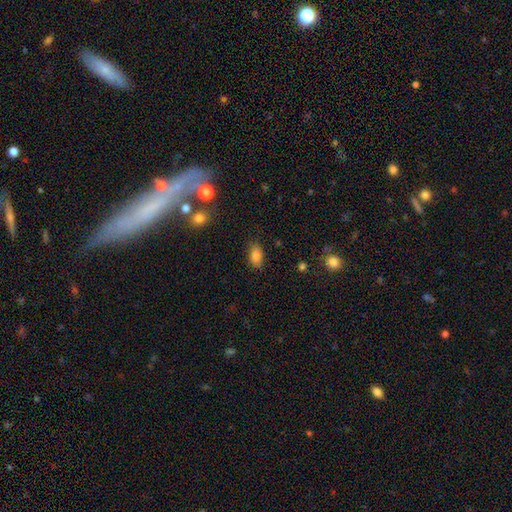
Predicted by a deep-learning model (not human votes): Smooth or featured: smooth — 83% (star or artifact — 10%)
How rounded: in between — 87% (round — 10%)
Merging: none — 80% (minor disturbance — 14%)